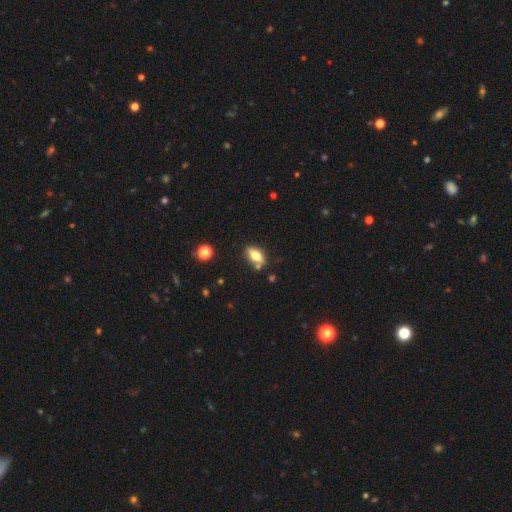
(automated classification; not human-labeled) Overall: smooth (67%). How rounded: in between (83%). Merging: none (72%).